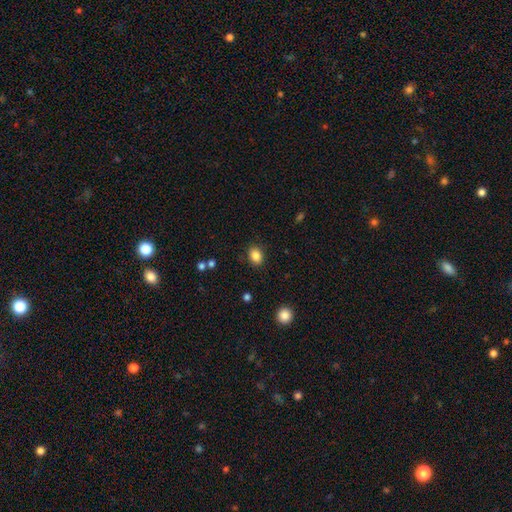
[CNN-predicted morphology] Smooth or featured? smooth (86%)
How rounded? in between (60%)
Merging? none (86%)